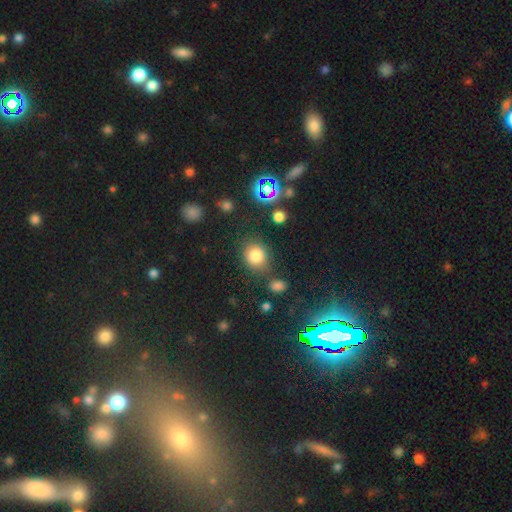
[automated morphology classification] Overall: smooth (79%). How rounded: round (70%). Merging: none (72%).